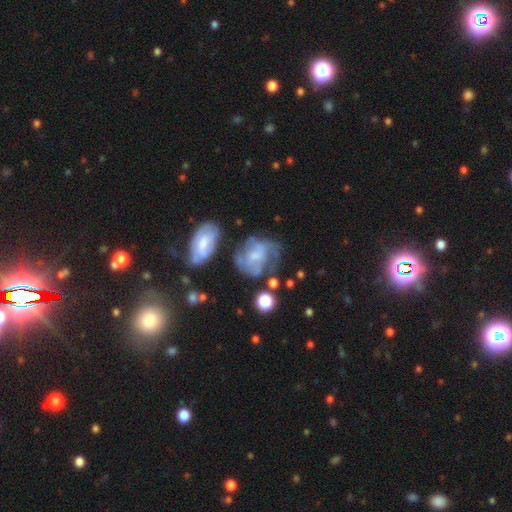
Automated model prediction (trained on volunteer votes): A featured or disk galaxy (55%) with no bar (65%), spiral arms (51%) and a small central bulge (38%).

Vote fractions:
- Smooth or featured? featured or disk: 55% / smooth: 35% / star or artifact: 10%
- Edge-on disk? no: 97% / yes: 3%
- Bar? no: 65% / weak: 29% / strong: 6%
- Spiral arms? yes: 51% / no: 49%
- Bulge size? small: 38% / moderate: 30% / none: 26% / large: 4% / dominant: 1%
- Merging? none: 37% / major disturbance: 27% / minor disturbance: 24% / merger: 11%